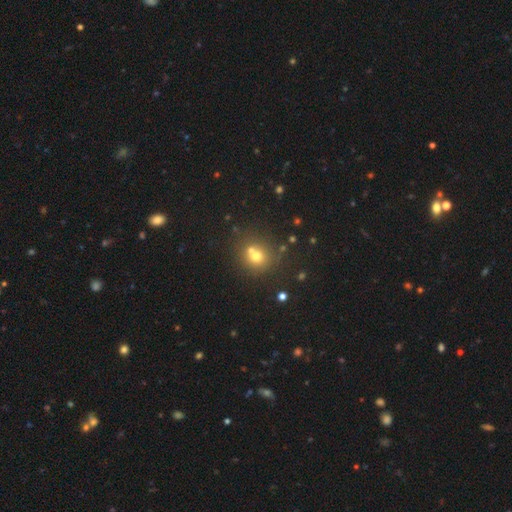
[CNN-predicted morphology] Smooth or featured?
  - smooth: 65% *
  - star or artifact: 19%
  - featured or disk: 16%
How rounded?
  - round: 84% *
  - in between: 15%
  - cigar-shaped: 1%
Merging?
  - none: 48% *
  - merger: 41%
  - minor disturbance: 8%
  - major disturbance: 4%